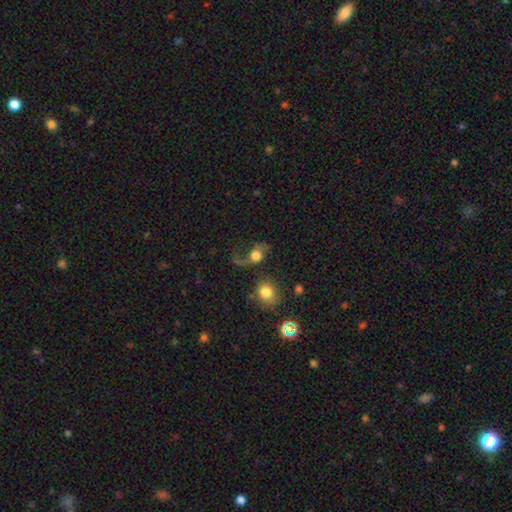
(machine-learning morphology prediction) smooth-or-featured: featured or disk: 51% | smooth: 38% | star or artifact: 11%
  disk-edge-on: no: 94% | yes: 6%
  merging: none: 39% | major disturbance: 34% | minor disturbance: 17% | merger: 9%